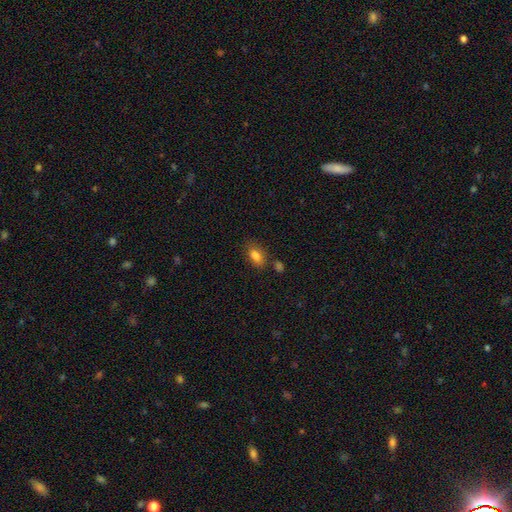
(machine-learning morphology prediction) The model was most divided on "merging": none: 67%, minor disturbance: 17%, merger: 11%, major disturbance: 5%. More confident: how rounded — in between (86%); smooth or featured — smooth (82%).